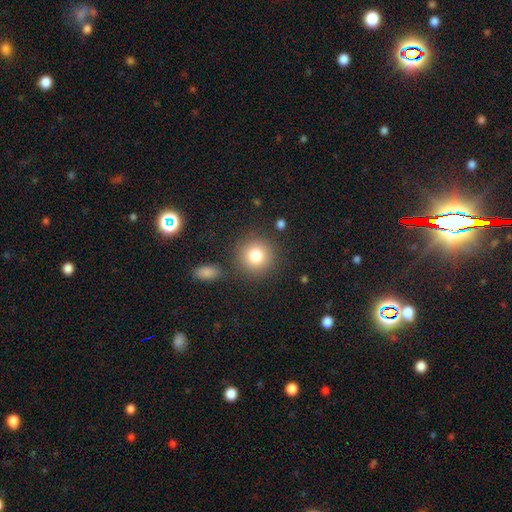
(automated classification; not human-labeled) A smooth galaxy with no disk features (81%) that is round (92%). Merging: none (83%).